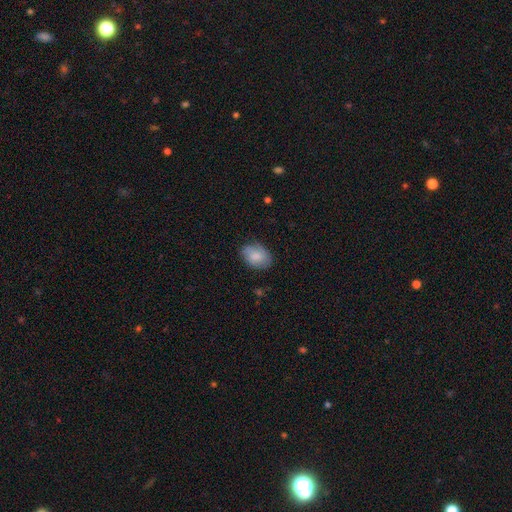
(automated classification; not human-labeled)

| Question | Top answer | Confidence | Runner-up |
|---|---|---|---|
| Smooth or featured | smooth | 76% | featured or disk (17%) |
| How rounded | in between | 82% | round (17%) |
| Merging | none | 71% | minor disturbance (23%) |